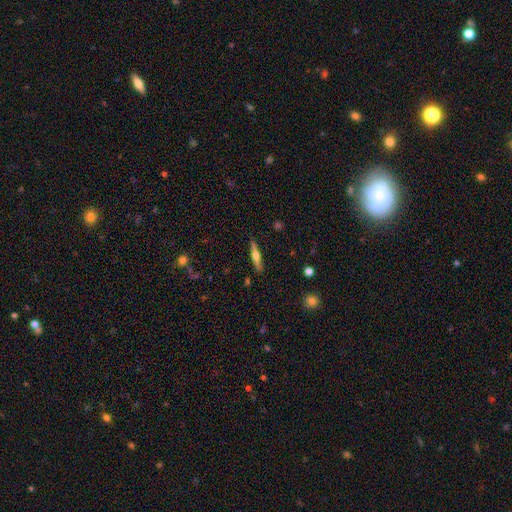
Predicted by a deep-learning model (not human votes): Smooth or featured? Predicted: featured or disk (p=0.59). Edge-on disk? Predicted: yes (p=0.97). Edge-on bulge? Predicted: rounded (p=0.90). Merging? Predicted: none (p=0.90).